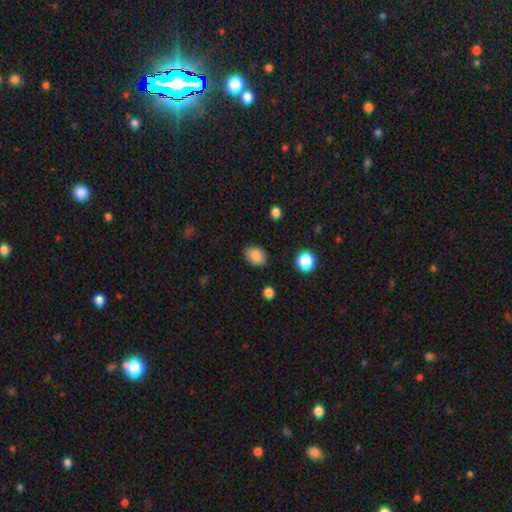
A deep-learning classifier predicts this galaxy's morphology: A smooth galaxy with no disk features (86%) that is in between round and cigar-shaped (75%).

Vote fractions:
- Smooth or featured? smooth: 86% / star or artifact: 9% / featured or disk: 5%
- How rounded? in between: 75% / round: 24% / cigar-shaped: 1%
- Merging? none: 86% / minor disturbance: 10% / major disturbance: 3% / merger: 1%